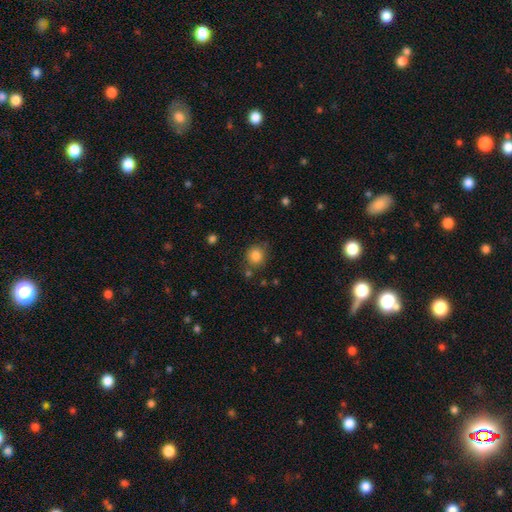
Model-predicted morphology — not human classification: Smooth or featured: smooth — 84% (star or artifact — 11%)
How rounded: round — 83% (in between — 16%)
Merging: none — 77% (minor disturbance — 13%)